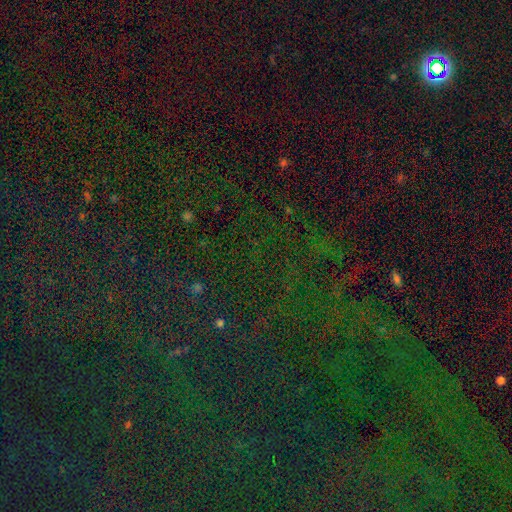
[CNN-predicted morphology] star or artifact 84%, smooth 9%, featured or disk 7%.